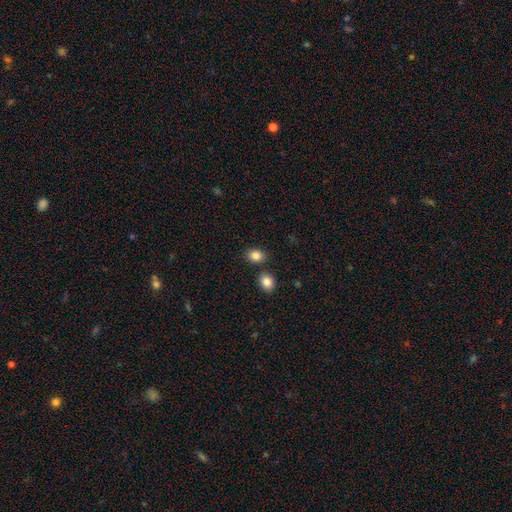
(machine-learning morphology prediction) This is clearly a smooth galaxy (86%). How rounded: possibly in between (57%). Merging: likely none (76%).